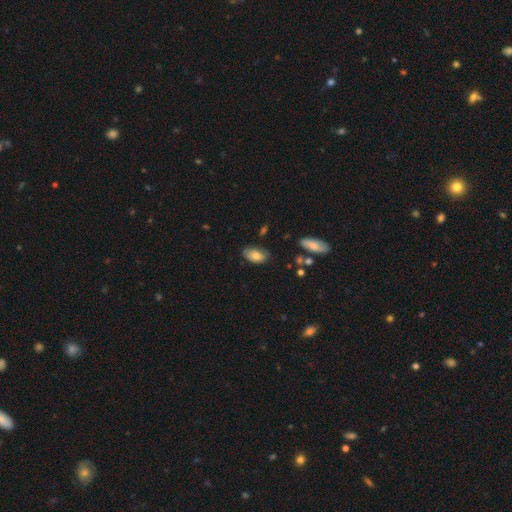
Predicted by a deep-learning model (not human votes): A smooth galaxy with no disk features (78%) that is in between round and cigar-shaped (92%). Merging: none (74%).